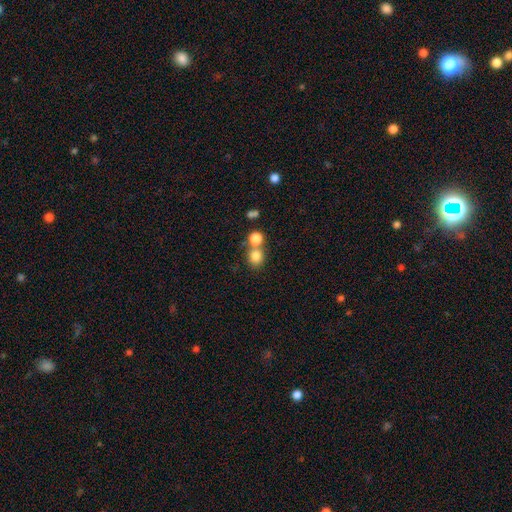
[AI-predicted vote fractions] Smooth or featured? smooth (80%)
How rounded? round (83%)
Merging? none (49%)